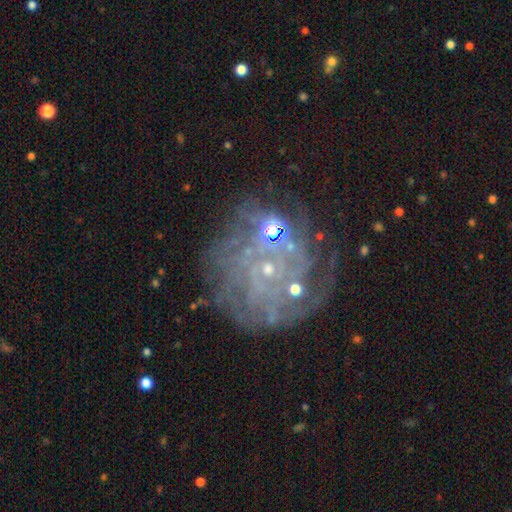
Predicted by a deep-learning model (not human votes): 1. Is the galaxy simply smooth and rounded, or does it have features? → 71% featured or disk, 18% star or artifact, 11% smooth.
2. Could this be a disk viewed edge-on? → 97% no, 3% yes.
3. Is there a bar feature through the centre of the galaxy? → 77% no, 17% weak, 5% strong.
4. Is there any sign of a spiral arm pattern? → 79% yes, 21% no.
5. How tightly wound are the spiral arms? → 69% tight, 21% medium, 10% loose.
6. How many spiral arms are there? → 48% can't tell, 12% 2, 11% more than 4, 11% 3, 11% 4, 8% 1.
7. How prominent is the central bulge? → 74% small, 12% none, 11% moderate, 2% large, 1% dominant.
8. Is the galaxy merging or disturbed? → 61% none, 16% minor disturbance, 16% major disturbance, 7% merger.